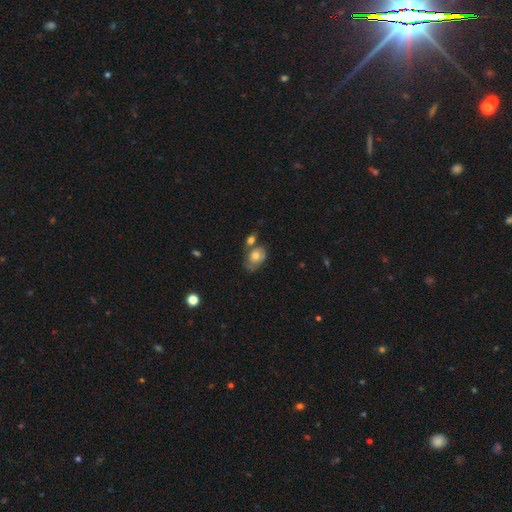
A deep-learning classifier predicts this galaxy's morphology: Smooth or featured: smooth — 55% (featured or disk — 37%)
How rounded: in between — 72% (round — 26%)
Merging: none — 37% (merger — 30%)